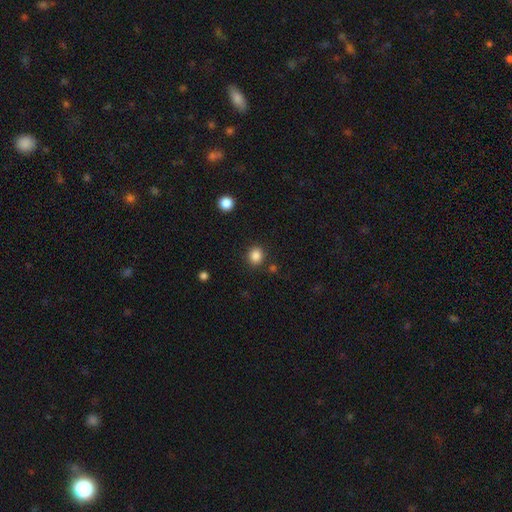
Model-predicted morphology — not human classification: type=smooth (86%); roundness=round (80%); merging=none (87%).